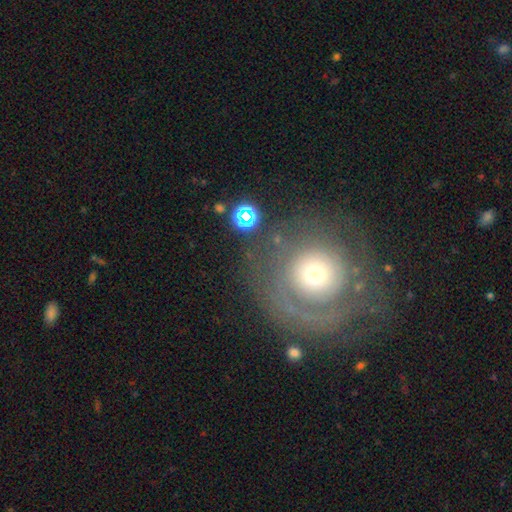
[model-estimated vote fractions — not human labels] This is possibly a featured or disk galaxy (56%). It is clearly not viewed edge-on (95%). Bar: clearly no (88%). Spiral arm pattern: possibly no (54%). Central bulge: possibly moderate (52%). Merging: likely none (68%).